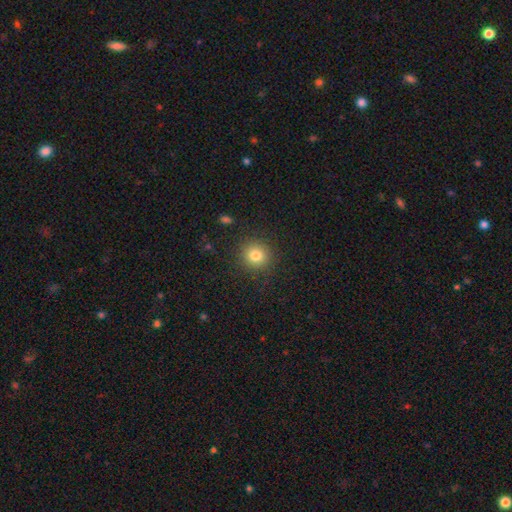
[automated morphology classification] Smooth or featured? smooth (71%)
How rounded? round (94%)
Merging? none (92%)